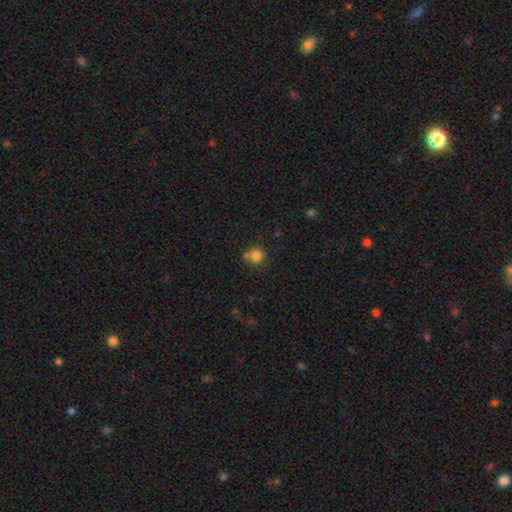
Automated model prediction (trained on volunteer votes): Morphology: type=smooth (82%); roundness=round (89%); merging=none (63%).